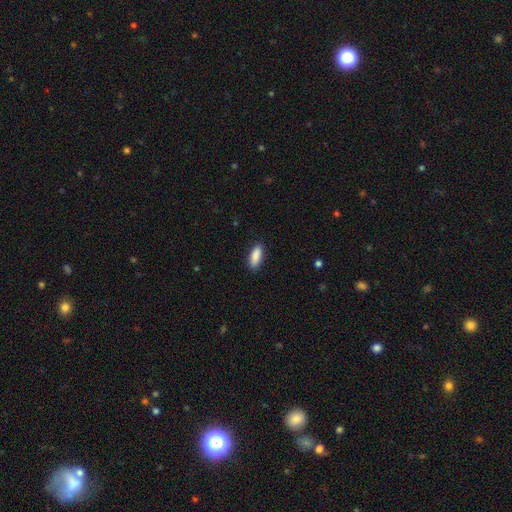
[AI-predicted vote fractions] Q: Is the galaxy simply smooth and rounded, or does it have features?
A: smooth — 89%.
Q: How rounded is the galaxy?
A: in between — 76%.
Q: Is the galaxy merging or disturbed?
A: none — 87%.